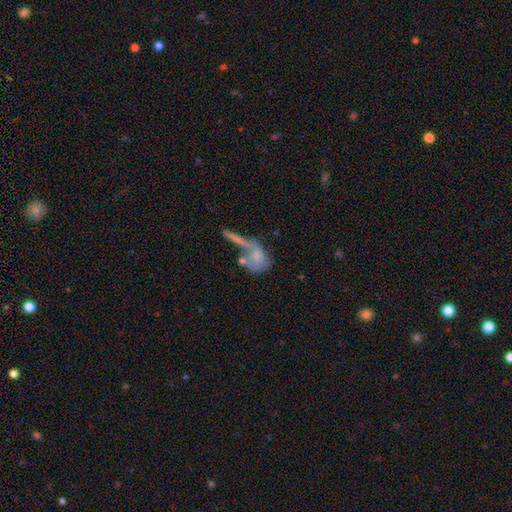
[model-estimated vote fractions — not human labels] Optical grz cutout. It shows a smooth galaxy with no disk features (48%). Merging: merger (41%).